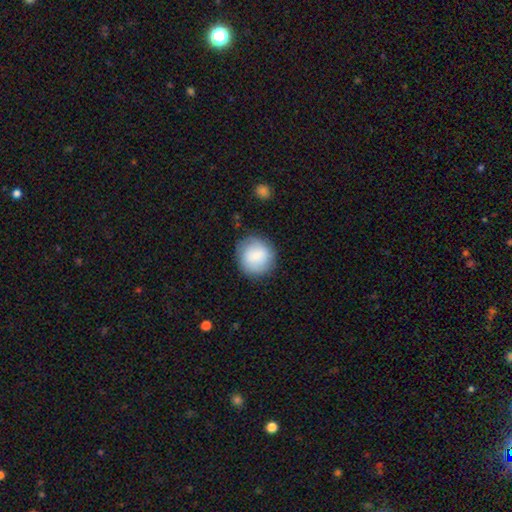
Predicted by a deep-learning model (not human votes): Morphology: type=smooth (81%); roundness=round (90%); merging=none (84%).